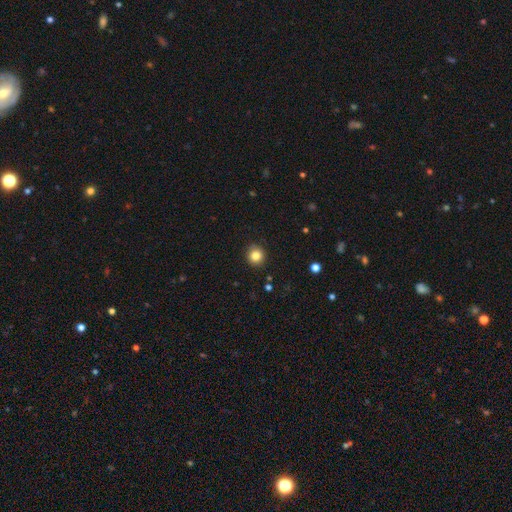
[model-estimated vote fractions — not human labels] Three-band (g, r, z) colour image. It shows a smooth galaxy with no disk features (83%) that is round (91%). Merging: none (91%).